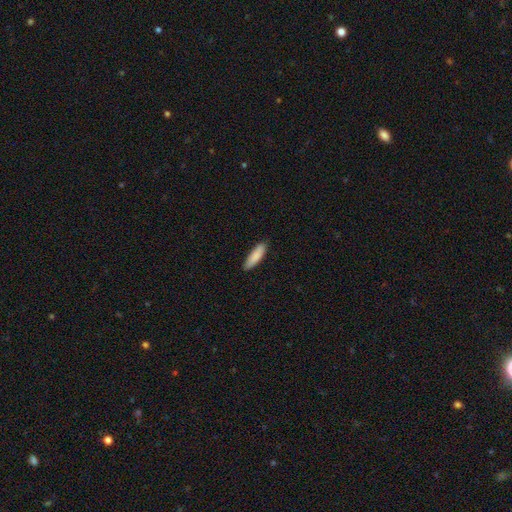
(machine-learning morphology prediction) A smooth galaxy with no disk features (88%) that is cigar-shaped (63%).

Vote fractions:
- Smooth or featured? smooth: 88% / featured or disk: 7% / star or artifact: 5%
- How rounded? cigar-shaped: 63% / in between: 36% / round: 1%
- Merging? none: 88% / minor disturbance: 10% / major disturbance: 2% / merger: 1%